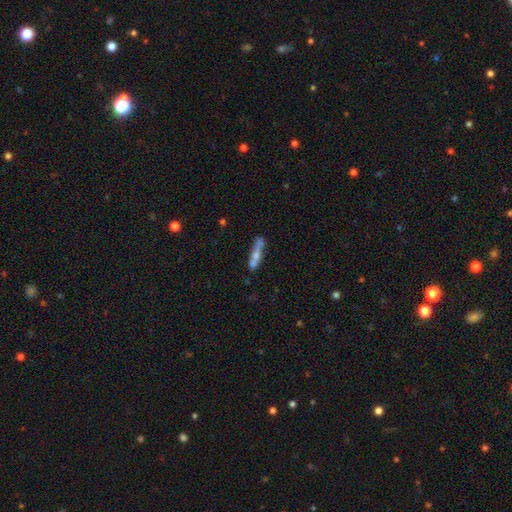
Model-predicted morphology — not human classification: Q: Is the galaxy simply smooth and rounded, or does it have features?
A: smooth — 50%.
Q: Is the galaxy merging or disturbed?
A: none — 47%.